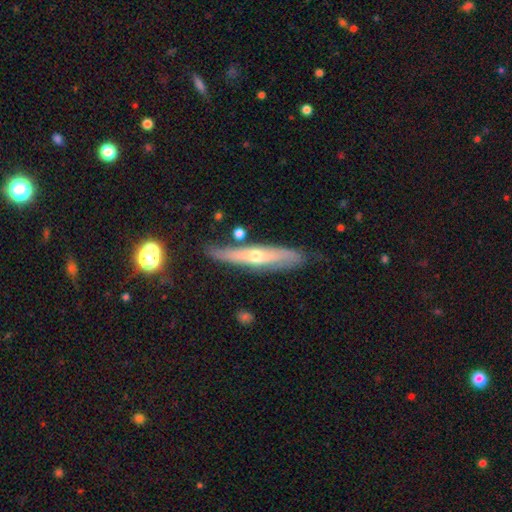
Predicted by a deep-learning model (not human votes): Smooth or featured: featured or disk — 62% (smooth — 31%)
Edge-on disk: yes — 80% (no — 20%)
Edge-on bulge: rounded — 79% (none — 18%)
Merging: none — 77% (minor disturbance — 16%)